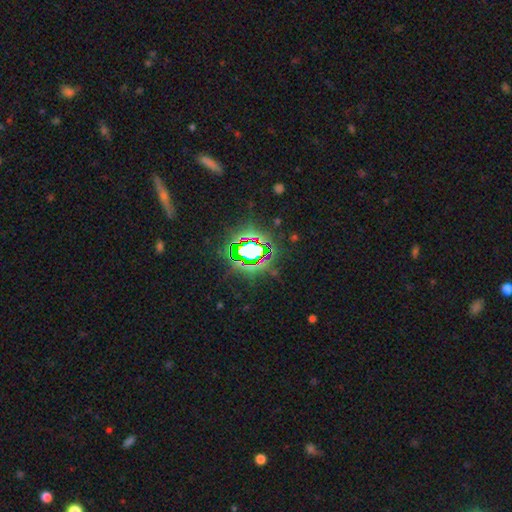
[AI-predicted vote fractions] This is likely a star or artifact rather than a galaxy (74%).